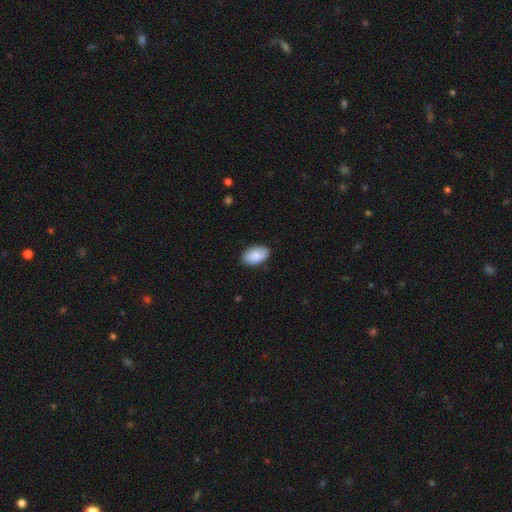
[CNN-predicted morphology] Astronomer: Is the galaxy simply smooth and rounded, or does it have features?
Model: smooth — 87%.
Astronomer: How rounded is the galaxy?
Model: in between — 93%.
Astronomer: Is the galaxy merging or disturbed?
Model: none — 85%.